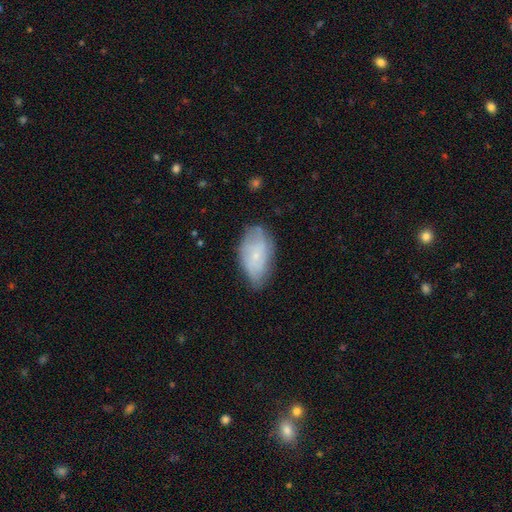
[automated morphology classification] Overall: smooth (50%; featured or disk 43%). Merging: none (63%; minor disturbance 28%).